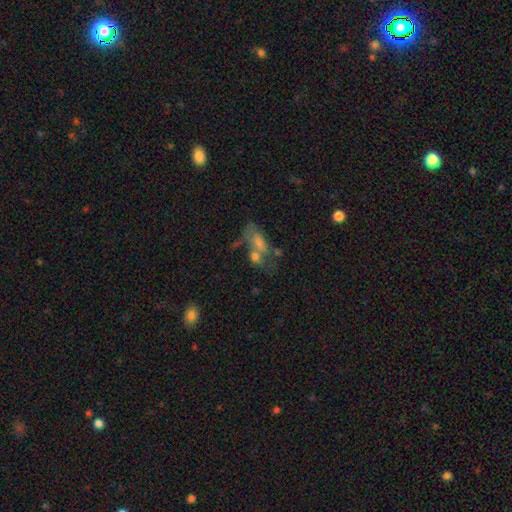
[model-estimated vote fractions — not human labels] A smooth galaxy with no disk features (51%) that is in between round and cigar-shaped (76%). Merging: merger (41%).